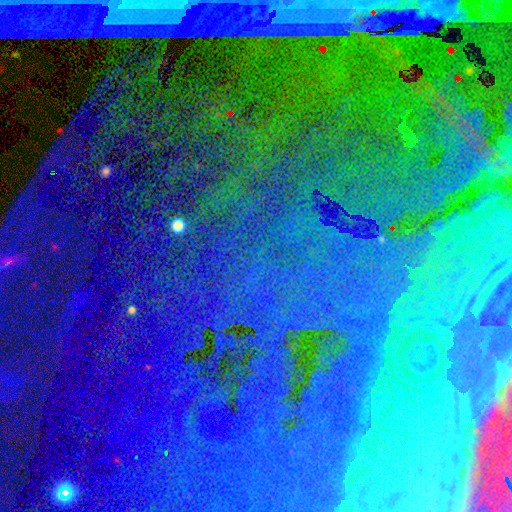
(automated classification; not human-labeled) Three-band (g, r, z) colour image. It shows a star or artifact, not a galaxy (86%).